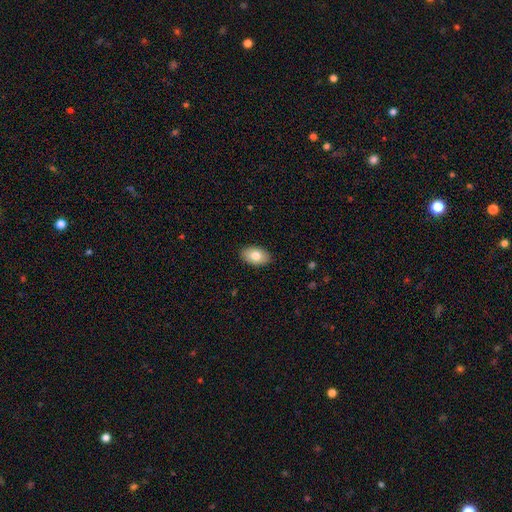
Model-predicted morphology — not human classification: smooth_or_featured: smooth (p=0.80) [alt: featured or disk p=0.13]
how_rounded: in between (p=0.91) [alt: round p=0.08]
merging: none (p=0.89) [alt: minor disturbance p=0.08]